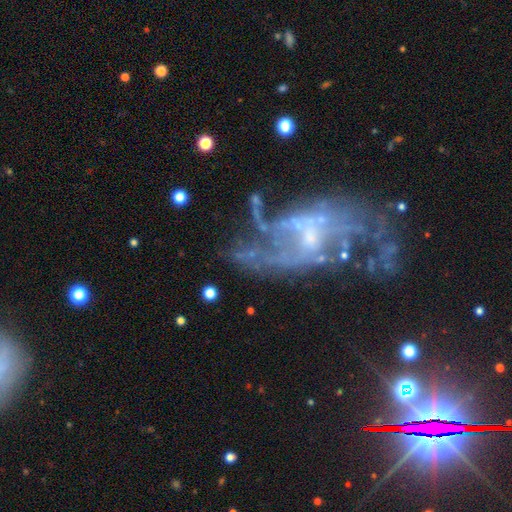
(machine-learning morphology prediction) featured or disk 82%, star or artifact 10%, smooth 8%. Down the decision tree: edge-on disk — no (96%); bar — no (52%); spiral arms — yes (79%); spiral arm count — 2 (47%); spiral winding — loose (60%); bulge size — small (55%); merging — none (43%).